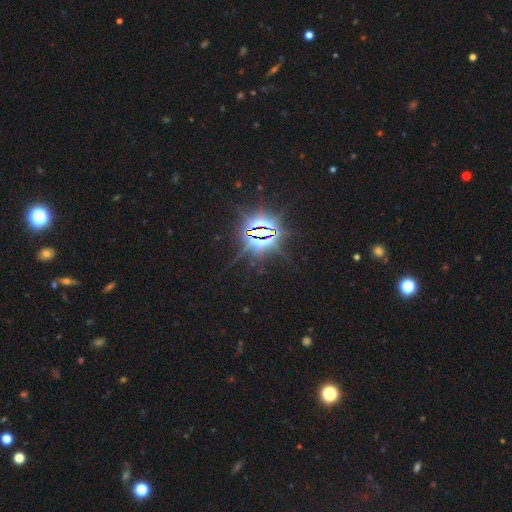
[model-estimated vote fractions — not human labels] smooth_or_featured: star or artifact (p=0.84) [alt: smooth p=0.09]